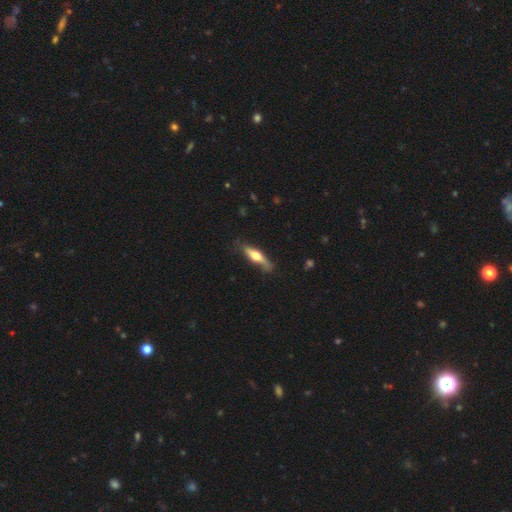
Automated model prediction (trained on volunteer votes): This is possibly a featured or disk galaxy (52%). It is clearly viewed edge-on (88%). Merging: likely none (72%).